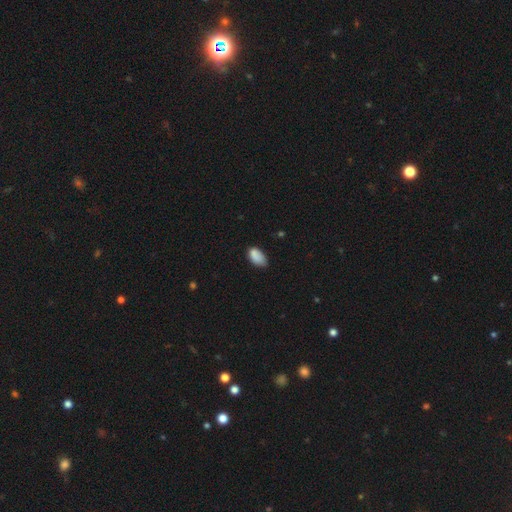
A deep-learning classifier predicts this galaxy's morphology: A smooth galaxy with no disk features (86%) that is in between round and cigar-shaped (94%). Merging: none (59%).